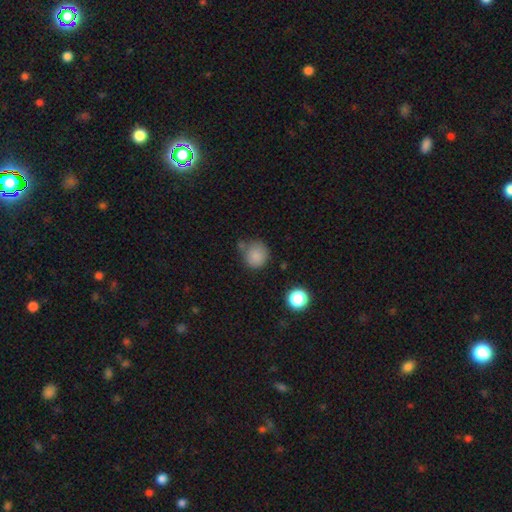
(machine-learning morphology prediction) A smooth galaxy with no disk features (84%) that is round (90%). Merging: none (65%).